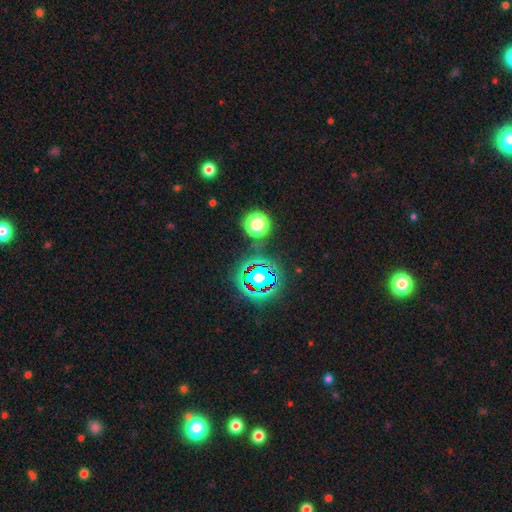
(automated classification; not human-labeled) A star or artifact, not a galaxy (80%).

Vote fractions:
- Smooth or featured? star or artifact: 80% / smooth: 13% / featured or disk: 7%